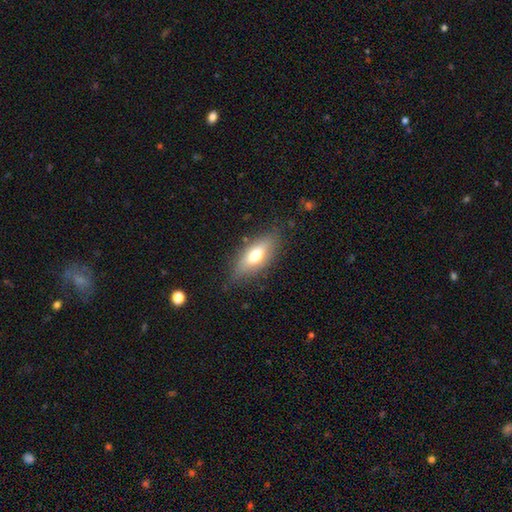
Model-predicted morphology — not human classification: The model was most divided on "smooth or featured": smooth: 63%, featured or disk: 29%, star or artifact: 7%. More confident: merging — none (77%); how rounded — in between (74%).